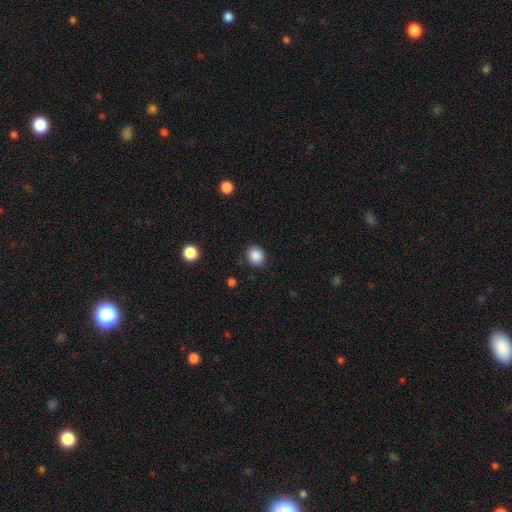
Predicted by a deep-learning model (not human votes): A smooth galaxy with no disk features (88%) that is round (66%). Merging: none (88%).